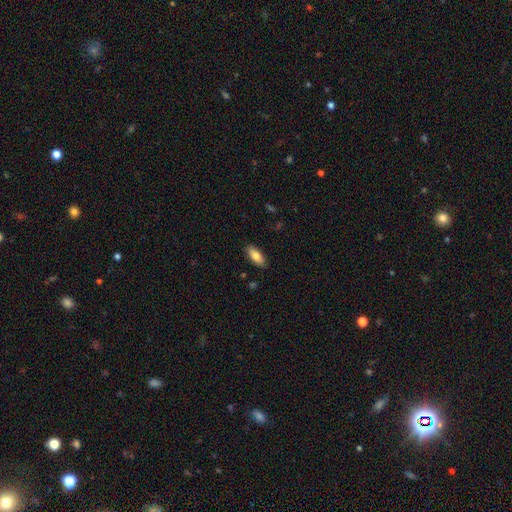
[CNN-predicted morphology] smooth_or_featured: smooth (p=0.78) [alt: featured or disk p=0.15]
how_rounded: in between (p=0.82) [alt: cigar-shaped p=0.16]
merging: none (p=0.88) [alt: minor disturbance p=0.09]